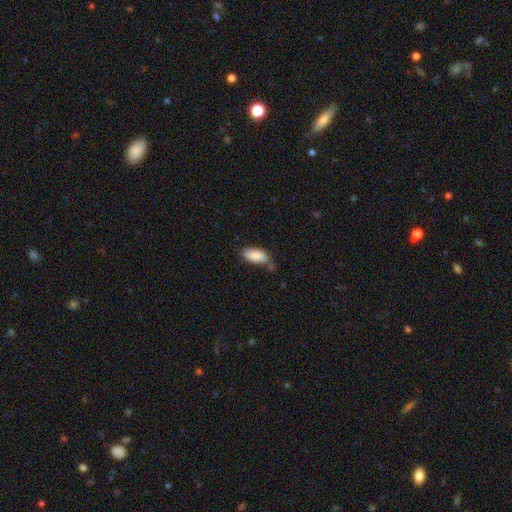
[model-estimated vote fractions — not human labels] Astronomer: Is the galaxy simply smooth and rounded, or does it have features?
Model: smooth — 86%.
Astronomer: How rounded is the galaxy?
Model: in between — 91%.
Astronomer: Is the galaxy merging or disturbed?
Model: none — 60%.